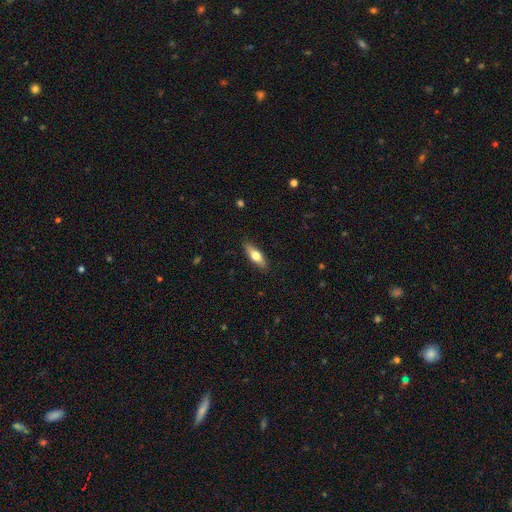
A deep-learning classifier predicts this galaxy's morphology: Overall: smooth (64%; featured or disk 30%). How rounded: in between (56%; cigar-shaped 41%). Merging: none (87%).